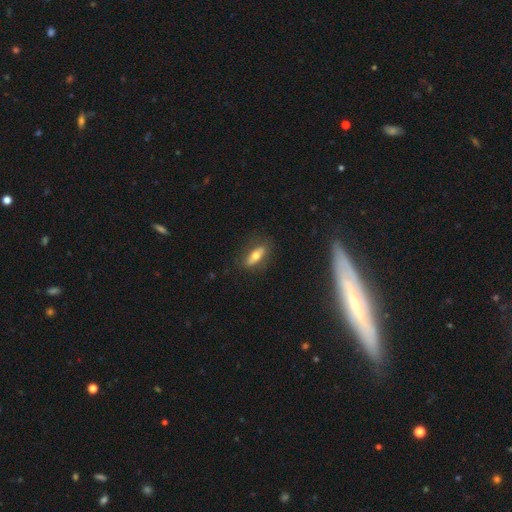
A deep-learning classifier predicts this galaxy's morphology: type=smooth (57%); roundness=in between (60%); merging=none (77%).